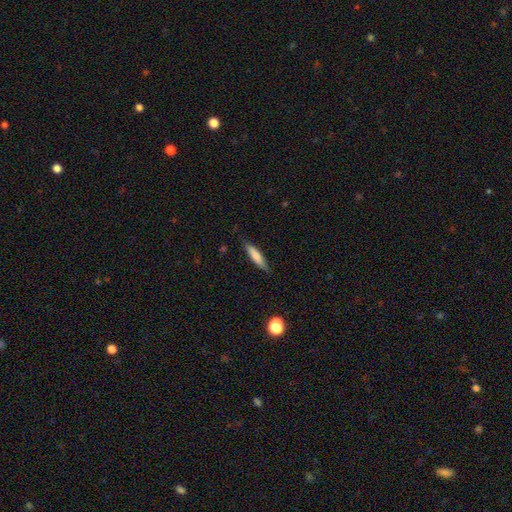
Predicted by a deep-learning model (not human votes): The model was most divided on "smooth or featured": smooth: 72%, featured or disk: 22%, star or artifact: 6%. More confident: merging — none (81%); how rounded — cigar-shaped (79%).